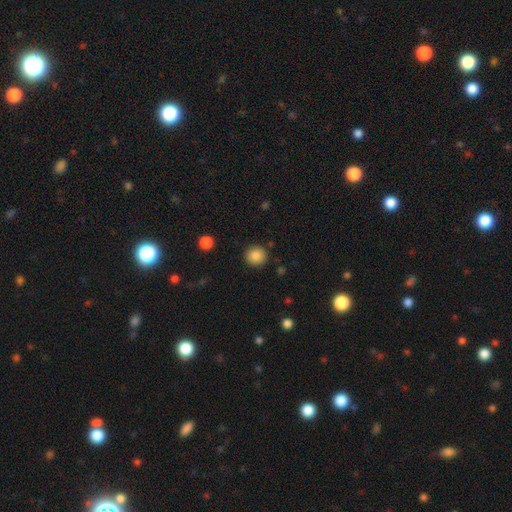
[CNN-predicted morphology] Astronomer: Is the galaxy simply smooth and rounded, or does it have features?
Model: smooth — 87%.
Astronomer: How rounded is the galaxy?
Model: round — 91%.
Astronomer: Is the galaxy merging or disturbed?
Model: none — 89%.